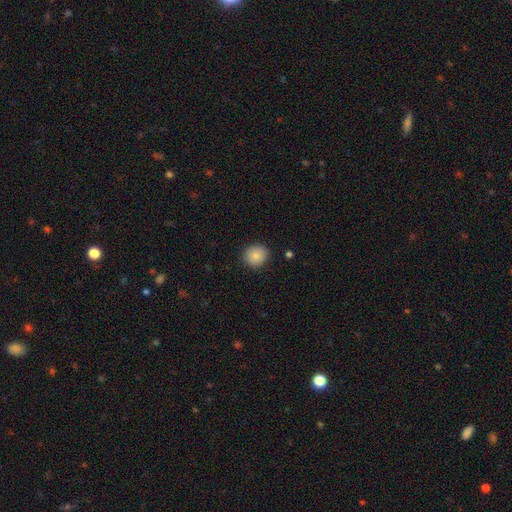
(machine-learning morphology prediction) The model was most divided on "how rounded": round: 88%, in between: 11%, cigar-shaped: 1%. More confident: merging — none (88%); smooth or featured — smooth (86%).